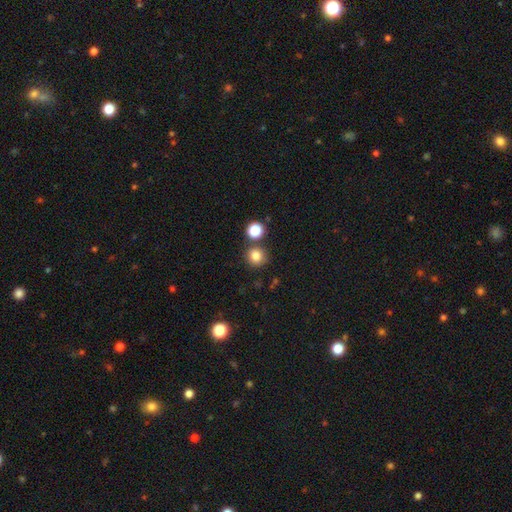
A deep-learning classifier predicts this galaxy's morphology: type=smooth (82%); roundness=round (91%); merging=none (79%).